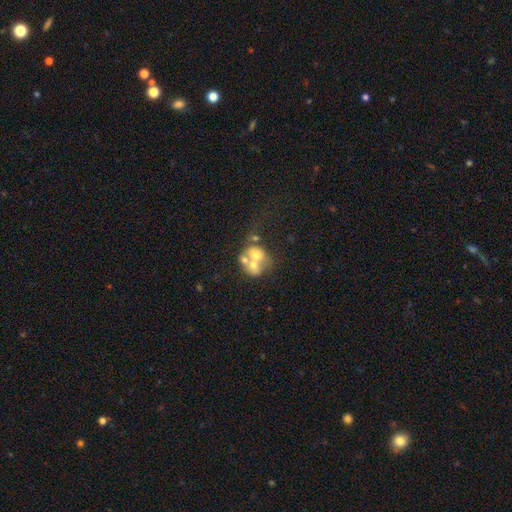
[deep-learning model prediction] This appears to be a smooth galaxy with no disk features (49%). Merging: merger (67%).